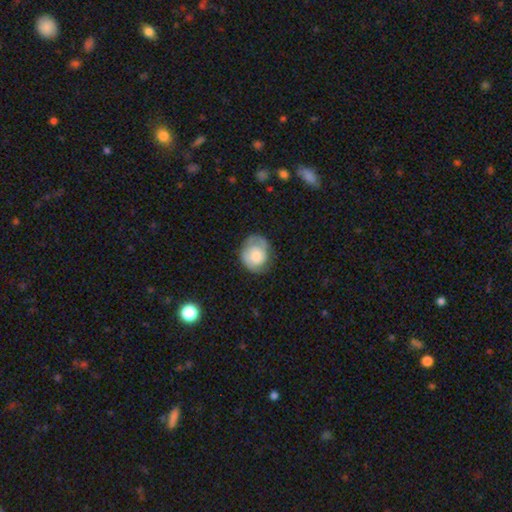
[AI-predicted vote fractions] Smooth or featured? smooth (56%)
How rounded? round (65%)
Merging? none (61%)